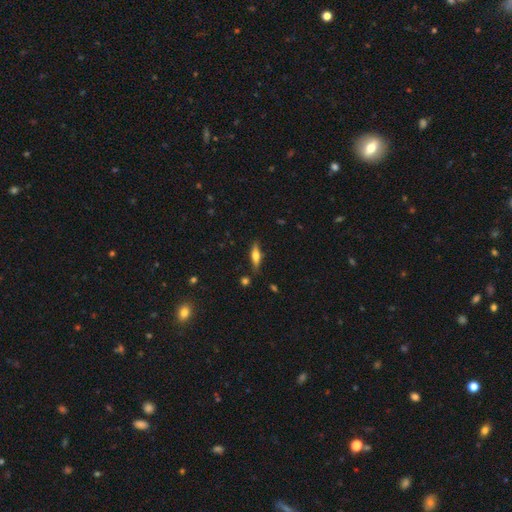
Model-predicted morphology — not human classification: Smooth or featured? featured or disk (48%)
Merging? none (82%)